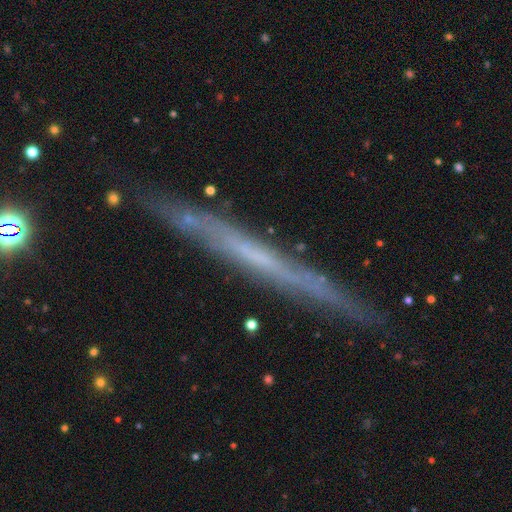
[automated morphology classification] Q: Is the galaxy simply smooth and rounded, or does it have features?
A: featured or disk — 67%.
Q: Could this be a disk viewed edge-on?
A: yes — 94%.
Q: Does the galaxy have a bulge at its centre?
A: none — 89%.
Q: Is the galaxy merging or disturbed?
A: none — 85%.